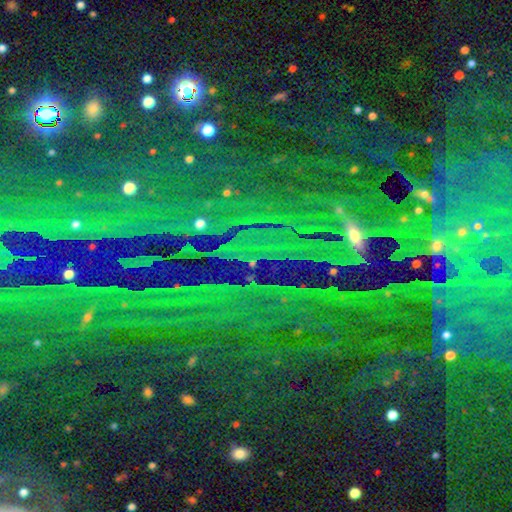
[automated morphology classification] Q: Smooth or featured?
A: star or artifact (86%); runner-up: smooth (7%)